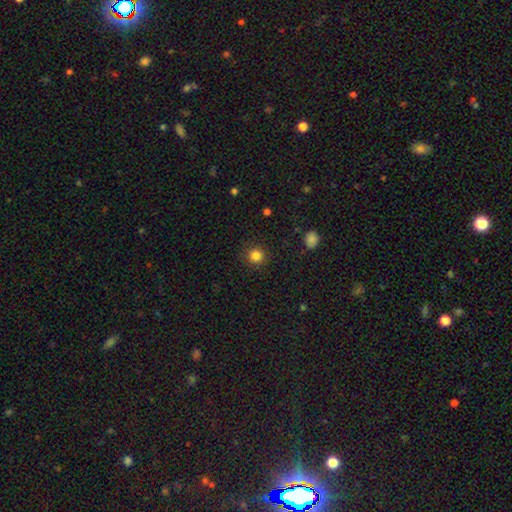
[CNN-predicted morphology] Smooth or featured: smooth — 83% (star or artifact — 12%)
How rounded: round — 94% (in between — 5%)
Merging: none — 90% (minor disturbance — 6%)